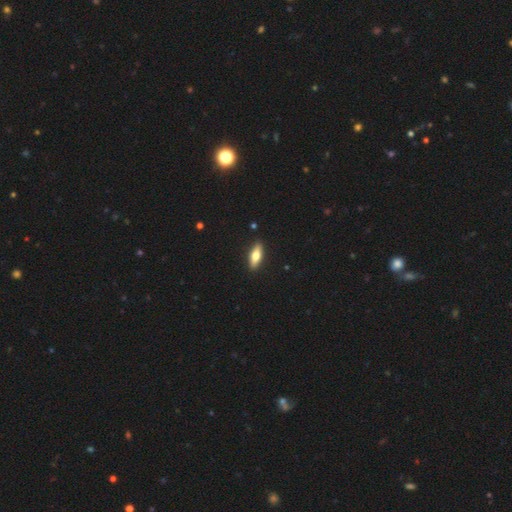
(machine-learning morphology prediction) This is likely a smooth galaxy (62%). How rounded: possibly in between (53%). Merging: clearly none (90%).